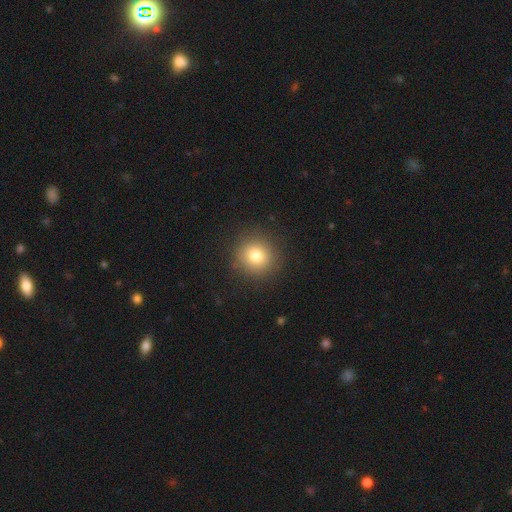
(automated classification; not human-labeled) Smooth or featured? Predicted: smooth (p=0.79). How rounded? Predicted: round (p=0.92). Merging? Predicted: none (p=0.89).